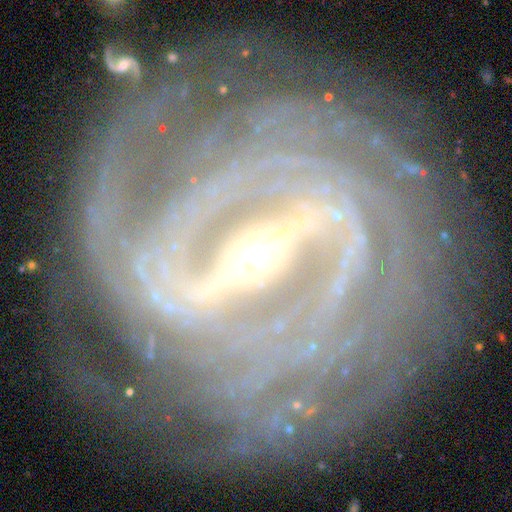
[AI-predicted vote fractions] Smooth or featured?
  - featured or disk: 90% *
  - star or artifact: 6%
  - smooth: 4%
Edge-on disk?
  - no: 91% *
  - yes: 9%
Bar?
  - strong: 84% *
  - weak: 12%
  - no: 4%
Spiral arms?
  - yes: 96% *
  - no: 4%
Spiral winding?
  - tight: 83% *
  - medium: 14%
  - loose: 4%
Spiral arm count?
  - can't tell: 26% *
  - more than 4: 21%
  - 4: 17%
  - 2: 15%
  - 3: 13%
  - 1: 9%
Bulge size?
  - small: 56% *
  - moderate: 37%
  - large: 4%
  - none: 2%
  - dominant: 1%
Merging?
  - none: 82% *
  - minor disturbance: 11%
  - major disturbance: 6%
  - merger: 1%